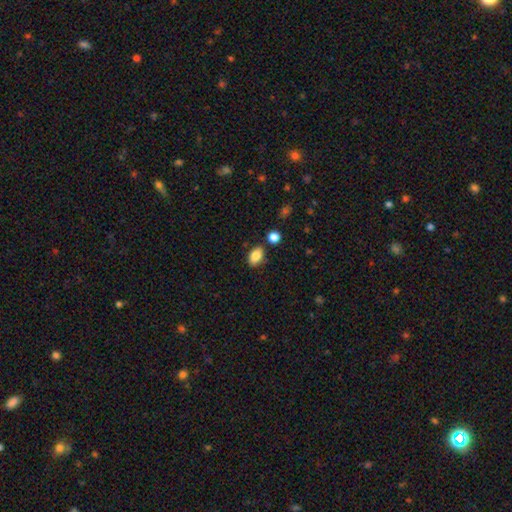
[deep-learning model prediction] This appears to be a smooth galaxy with no disk features (86%) that is in between round and cigar-shaped (89%). Merging: none (80%).